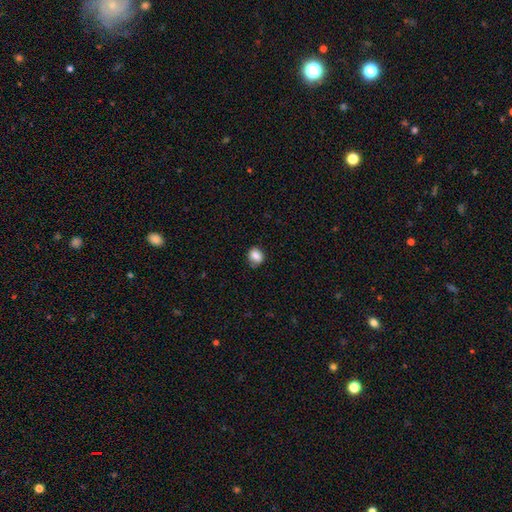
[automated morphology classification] A smooth galaxy with no disk features (84%) that is round (59%).

Vote fractions:
- Smooth or featured? smooth: 84% / star or artifact: 9% / featured or disk: 7%
- How rounded? round: 59% / in between: 40% / cigar-shaped: 1%
- Merging? none: 74% / minor disturbance: 20% / major disturbance: 4% / merger: 1%